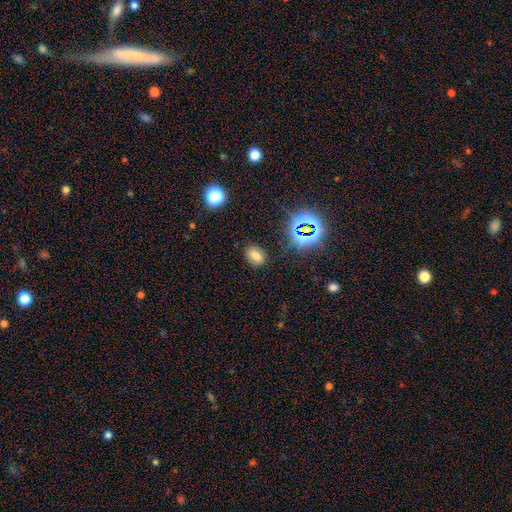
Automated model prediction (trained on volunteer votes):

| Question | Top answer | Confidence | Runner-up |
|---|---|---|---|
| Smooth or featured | smooth | 64% | star or artifact (24%) |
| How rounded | in between | 78% | round (20%) |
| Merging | none | 83% | minor disturbance (12%) |